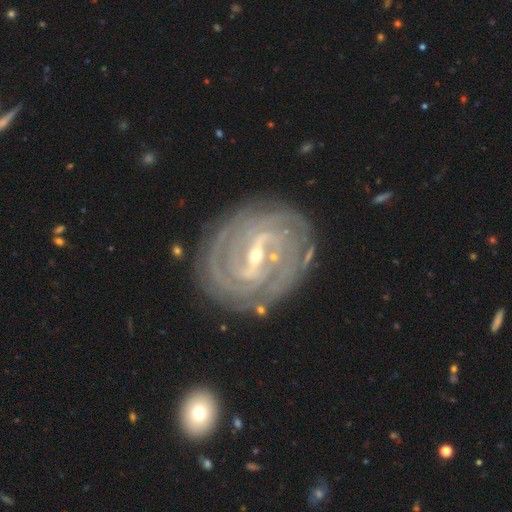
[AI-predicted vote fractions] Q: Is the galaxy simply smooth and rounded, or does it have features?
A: featured or disk — 91%.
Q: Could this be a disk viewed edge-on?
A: no — 96%.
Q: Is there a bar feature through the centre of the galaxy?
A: strong — 62%.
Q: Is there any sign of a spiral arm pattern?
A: yes — 98%.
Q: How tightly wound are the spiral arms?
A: tight — 83%.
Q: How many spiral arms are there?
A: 4 — 24%.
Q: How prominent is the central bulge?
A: small — 63%.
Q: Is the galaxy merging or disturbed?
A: none — 83%.